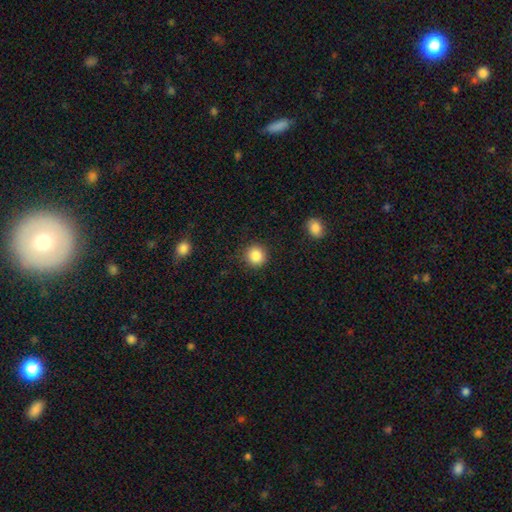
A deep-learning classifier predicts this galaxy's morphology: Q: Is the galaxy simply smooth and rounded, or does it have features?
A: smooth — 86%.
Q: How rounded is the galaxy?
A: round — 93%.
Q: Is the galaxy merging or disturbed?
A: none — 89%.